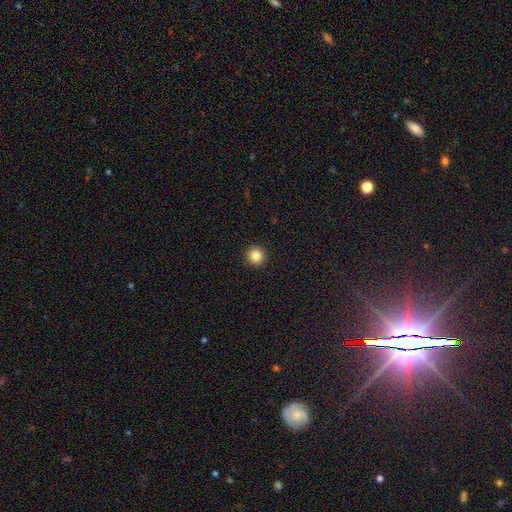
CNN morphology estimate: The model was most divided on "smooth or featured": smooth: 85%, star or artifact: 11%, featured or disk: 4%. More confident: how rounded — round (96%); merging — none (93%).